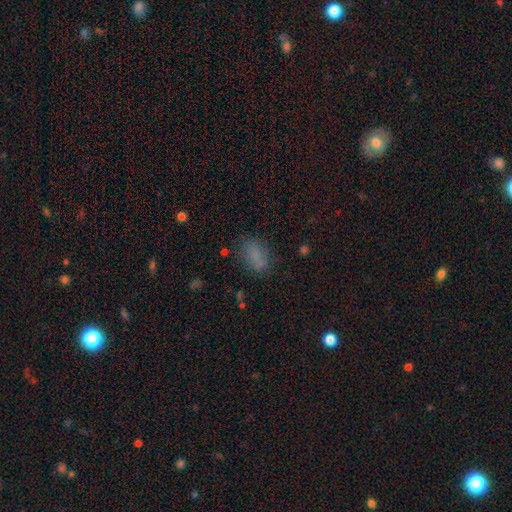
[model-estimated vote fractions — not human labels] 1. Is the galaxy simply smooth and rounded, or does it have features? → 76% smooth, 14% star or artifact, 10% featured or disk.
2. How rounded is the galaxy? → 84% in between, 12% round, 4% cigar-shaped.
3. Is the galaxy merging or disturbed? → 71% none, 18% minor disturbance, 7% major disturbance, 4% merger.